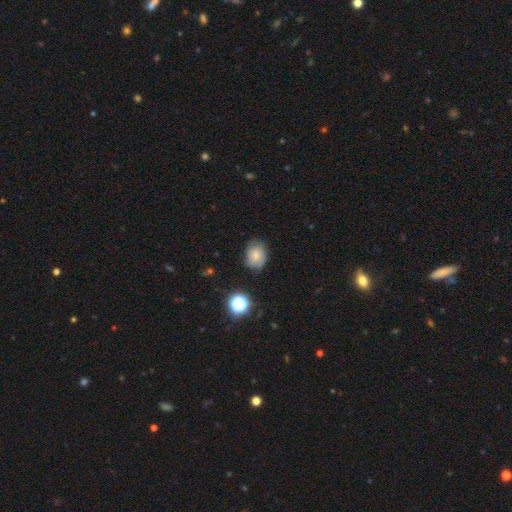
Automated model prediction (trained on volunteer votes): Smooth or featured? Predicted: smooth (p=0.69). How rounded? Predicted: in between (p=0.56). Merging? Predicted: none (p=0.69).